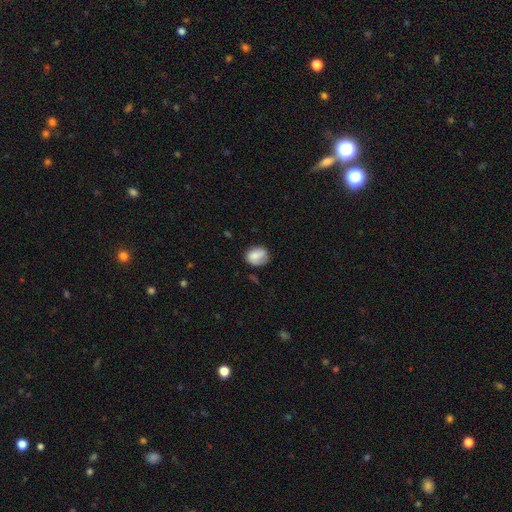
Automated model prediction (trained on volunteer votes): Morphology: type=smooth (70%); roundness=round (53%); merging=none (59%).